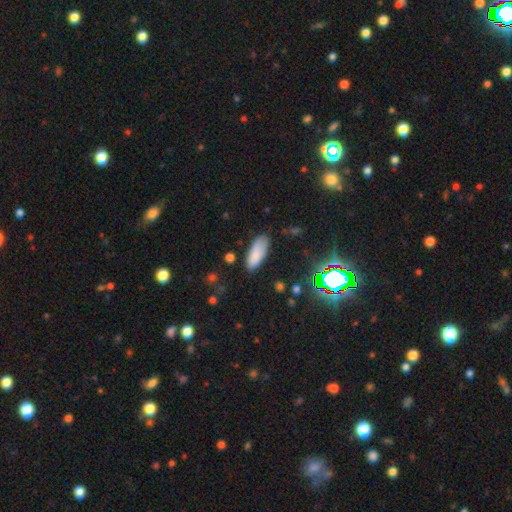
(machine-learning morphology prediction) type=smooth (82%); roundness=in between (79%); merging=none (75%).